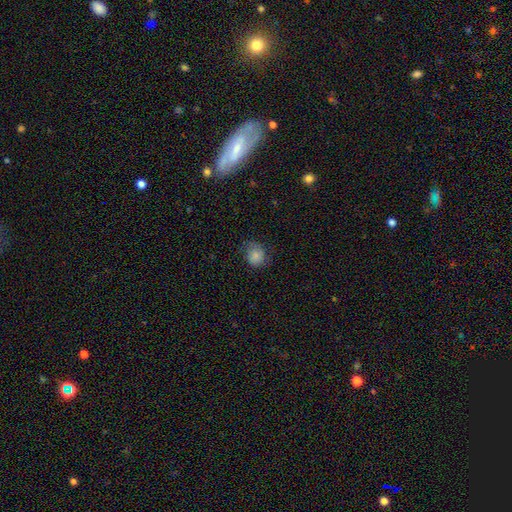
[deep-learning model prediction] A smooth galaxy with no disk features (78%) that is round (70%). Merging: none (63%).